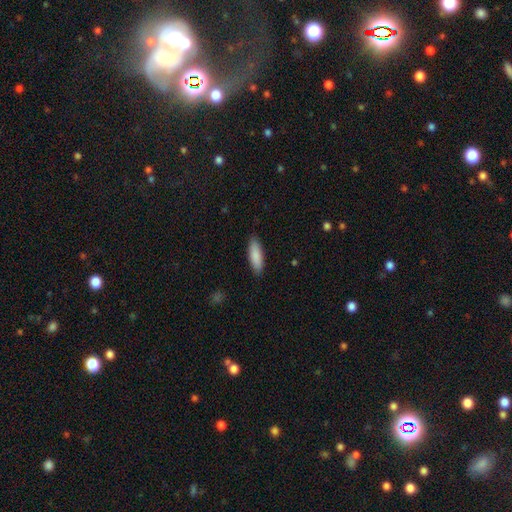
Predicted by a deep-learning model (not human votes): Morphology: type=smooth (89%); roundness=in between (55%); merging=none (88%).